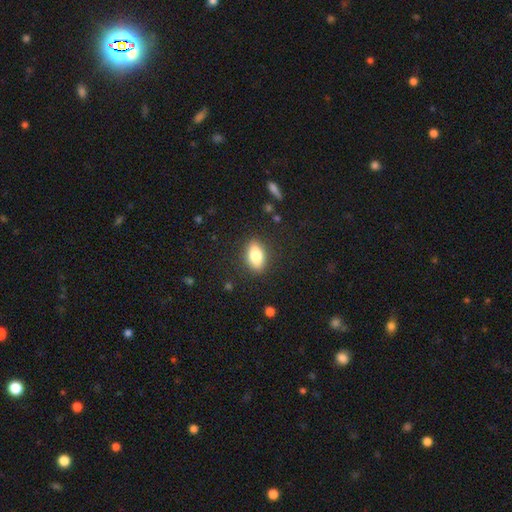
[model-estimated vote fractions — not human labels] Smooth or featured: smooth — 80% (featured or disk — 12%)
How rounded: in between — 87% (cigar-shaped — 7%)
Merging: none — 87% (minor disturbance — 9%)